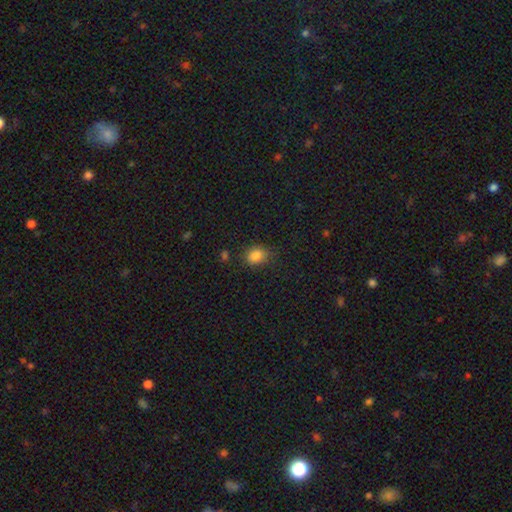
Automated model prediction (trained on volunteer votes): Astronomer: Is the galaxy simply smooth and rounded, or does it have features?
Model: smooth — 84%.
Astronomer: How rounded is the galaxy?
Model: round — 51% (runner-up: in between, 48%).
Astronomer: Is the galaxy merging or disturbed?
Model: none — 77%.